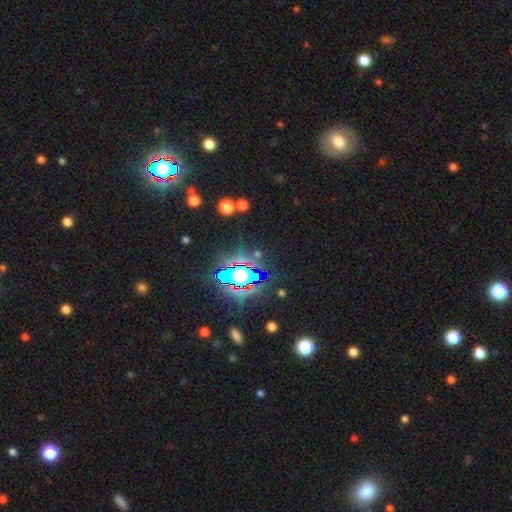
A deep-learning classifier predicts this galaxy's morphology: The model was most divided on "smooth or featured": star or artifact: 76%, smooth: 14%, featured or disk: 10%.